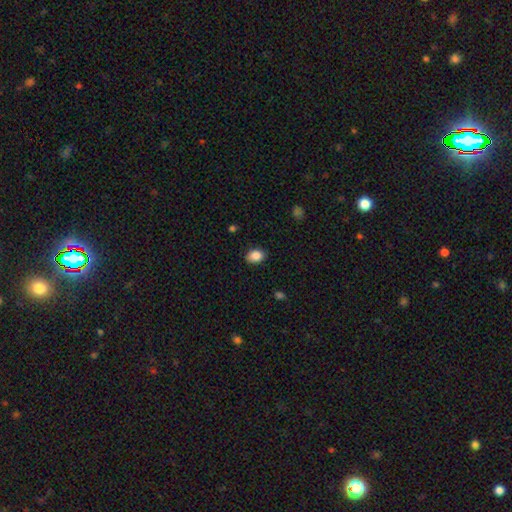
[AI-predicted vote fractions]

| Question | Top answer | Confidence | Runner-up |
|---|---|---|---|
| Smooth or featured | smooth | 88% | star or artifact (8%) |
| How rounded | in between | 73% | round (26%) |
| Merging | none | 85% | minor disturbance (11%) |